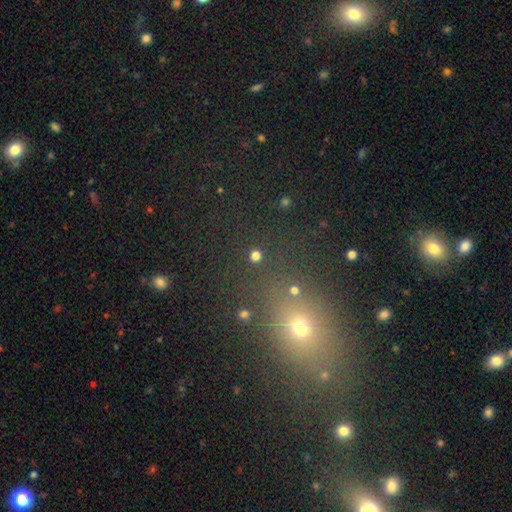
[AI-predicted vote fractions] smooth-or-featured: smooth: 78% | star or artifact: 18% | featured or disk: 4%
  how-rounded: round: 93% | in between: 6% | cigar-shaped: 1%
  merging: none: 89% | minor disturbance: 5% | merger: 3% | major disturbance: 3%